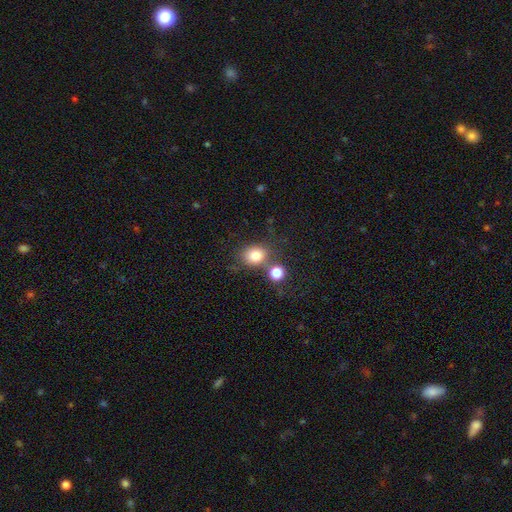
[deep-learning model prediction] This appears to be a smooth galaxy with no disk features (80%) that is round (64%). Merging: none (64%).